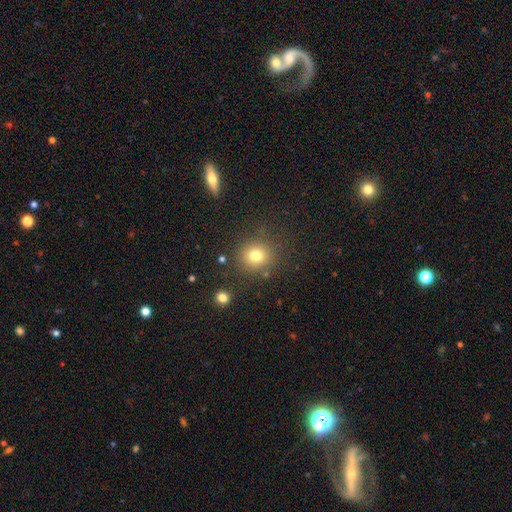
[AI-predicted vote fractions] smooth 78%, star or artifact 14%, featured or disk 8%. Down the decision tree: how rounded — round (85%); merging — none (84%).